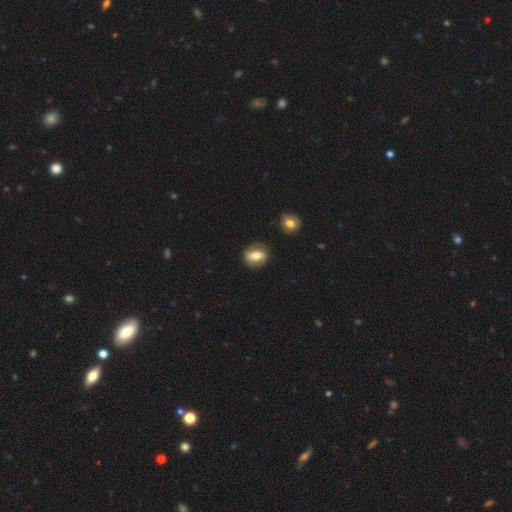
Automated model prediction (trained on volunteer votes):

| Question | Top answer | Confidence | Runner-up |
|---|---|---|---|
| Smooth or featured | smooth | 56% | featured or disk (36%) |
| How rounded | in between | 51% | round (45%) |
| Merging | none | 81% | minor disturbance (13%) |